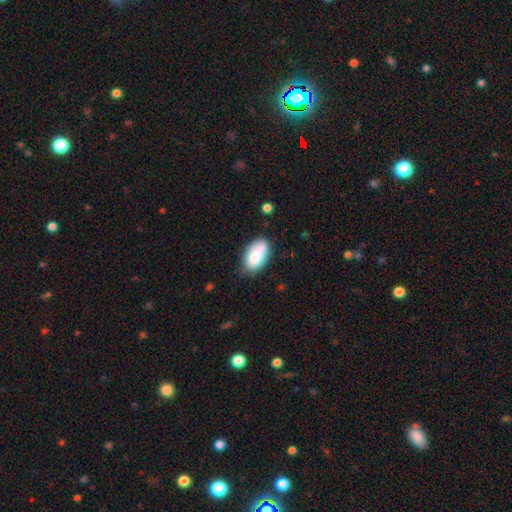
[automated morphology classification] Q: Smooth or featured?
A: smooth (82%); runner-up: featured or disk (12%)
Q: How rounded?
A: in between (94%); runner-up: round (4%)
Q: Merging?
A: none (65%); runner-up: minor disturbance (26%)